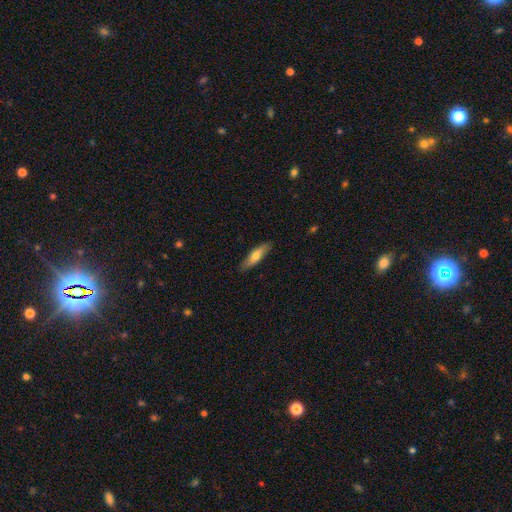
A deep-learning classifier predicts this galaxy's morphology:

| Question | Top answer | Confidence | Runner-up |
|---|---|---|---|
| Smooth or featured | smooth | 63% | featured or disk (32%) |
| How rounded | cigar-shaped | 65% | in between (33%) |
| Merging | none | 85% | minor disturbance (12%) |